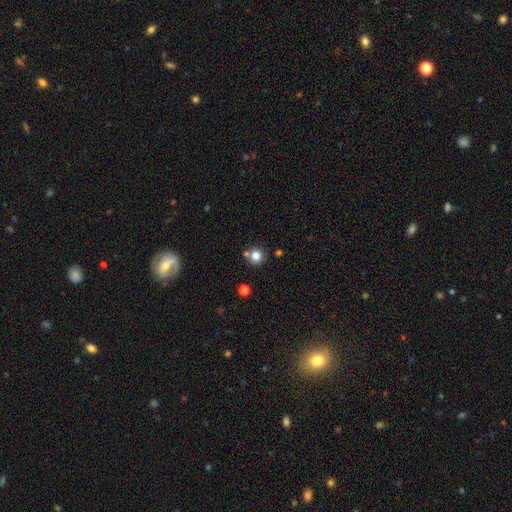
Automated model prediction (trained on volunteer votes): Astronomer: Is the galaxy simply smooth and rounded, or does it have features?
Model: smooth — 80%.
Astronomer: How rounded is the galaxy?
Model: round — 93%.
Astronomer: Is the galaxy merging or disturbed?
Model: none — 75%.